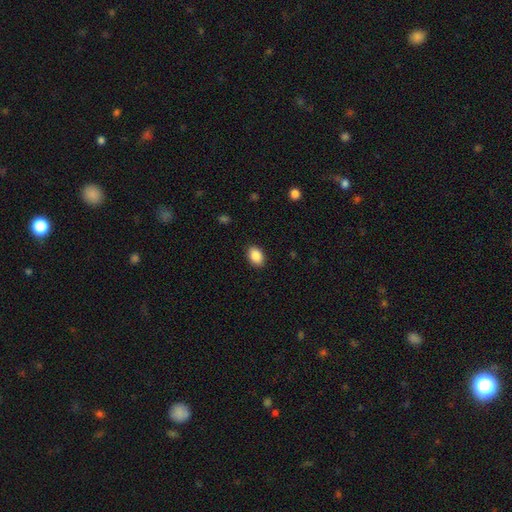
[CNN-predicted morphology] This appears to be a smooth galaxy with no disk features (89%) that is in between round and cigar-shaped (85%). Merging: none (89%).